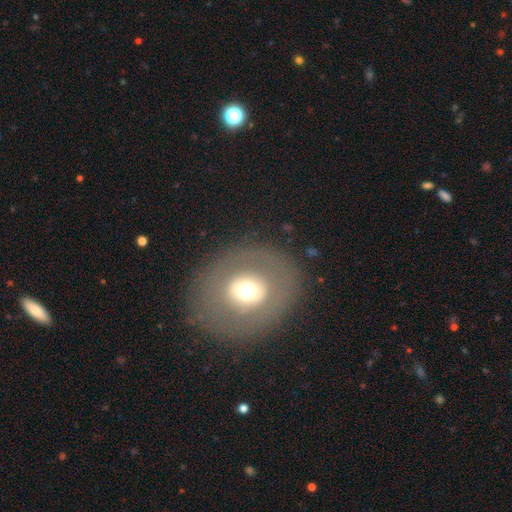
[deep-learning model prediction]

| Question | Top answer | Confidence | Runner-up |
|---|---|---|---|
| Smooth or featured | smooth | 47% | featured or disk (42%) |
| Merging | none | 85% | minor disturbance (9%) |